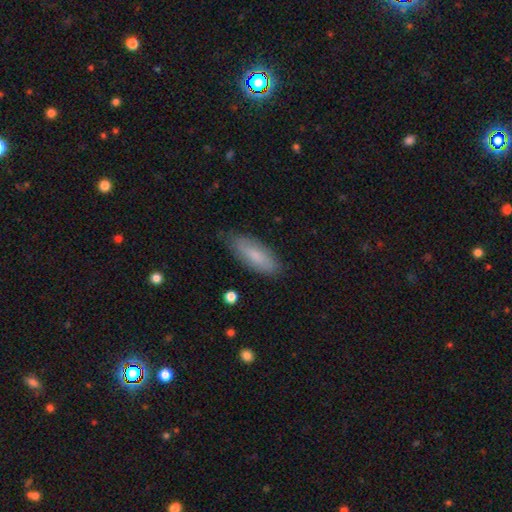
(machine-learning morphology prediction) smooth 77%, featured or disk 17%, star or artifact 6%. Down the decision tree: how rounded — in between (67%); merging — none (78%).